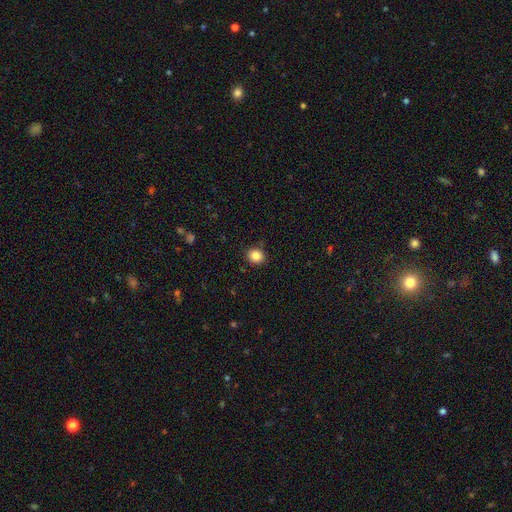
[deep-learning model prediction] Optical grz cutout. It shows a smooth galaxy with no disk features (85%) that is round (85%). Merging: none (89%).